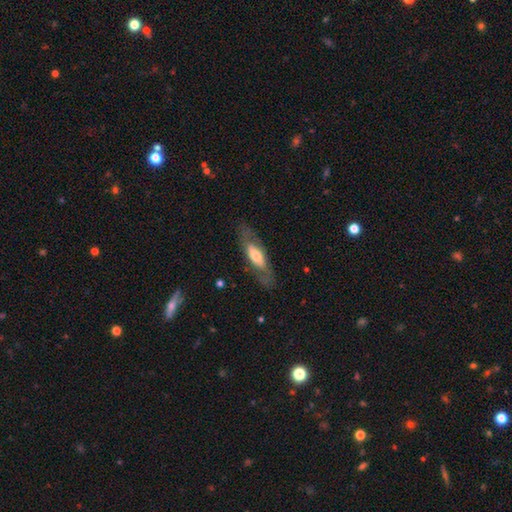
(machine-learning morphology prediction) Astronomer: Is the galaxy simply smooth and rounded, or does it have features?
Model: featured or disk — 49% (runner-up: smooth, 46%).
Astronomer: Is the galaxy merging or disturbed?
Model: none — 74%.